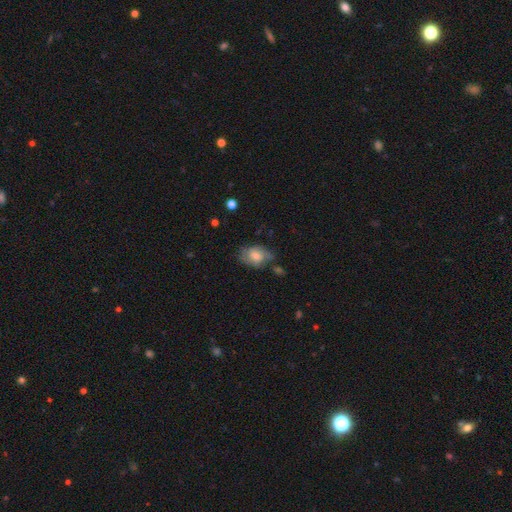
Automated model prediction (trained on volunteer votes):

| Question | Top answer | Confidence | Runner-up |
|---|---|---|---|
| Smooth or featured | smooth | 58% | featured or disk (34%) |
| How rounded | in between | 77% | round (22%) |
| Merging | none | 51% | minor disturbance (31%) |